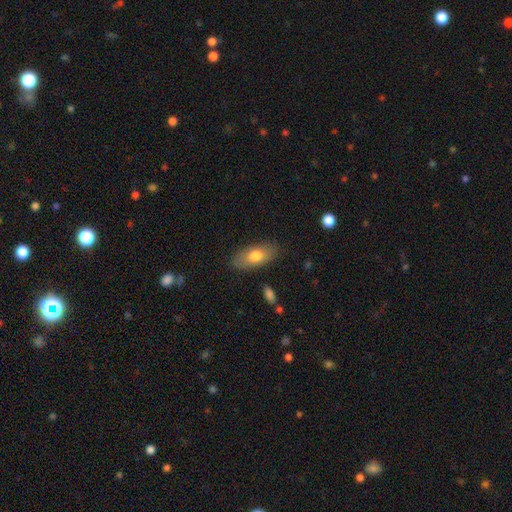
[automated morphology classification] type=smooth (74%); roundness=in between (86%); merging=none (83%).